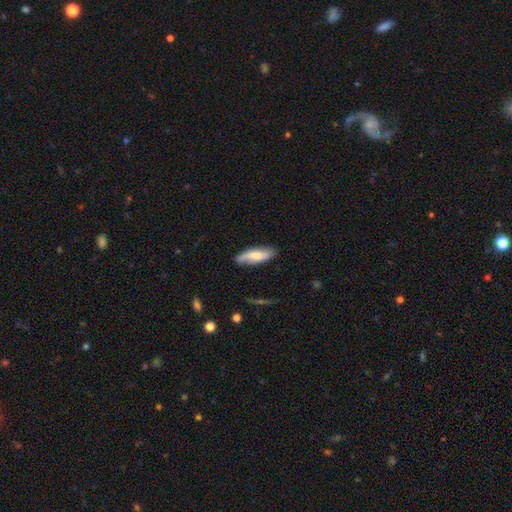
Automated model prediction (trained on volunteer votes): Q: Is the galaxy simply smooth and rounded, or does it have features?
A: smooth — 63%.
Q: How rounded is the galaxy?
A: in between — 55%.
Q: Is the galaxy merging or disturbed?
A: none — 79%.